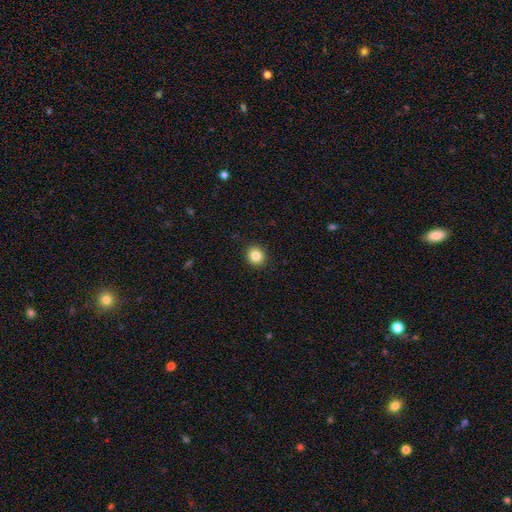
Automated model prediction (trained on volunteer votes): A smooth galaxy with no disk features (85%) that is round (90%).

Vote fractions:
- Smooth or featured? smooth: 85% / star or artifact: 10% / featured or disk: 5%
- How rounded? round: 90% / in between: 9% / cigar-shaped: 1%
- Merging? none: 92% / minor disturbance: 5% / major disturbance: 2% / merger: 1%